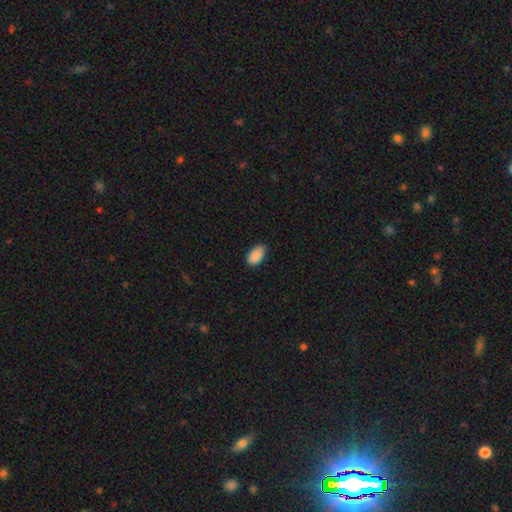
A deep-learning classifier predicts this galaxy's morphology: Smooth or featured?
  - smooth: 90% *
  - star or artifact: 7%
  - featured or disk: 3%
How rounded?
  - in between: 94% *
  - round: 4%
  - cigar-shaped: 2%
Merging?
  - none: 82% *
  - minor disturbance: 15%
  - major disturbance: 2%
  - merger: 1%